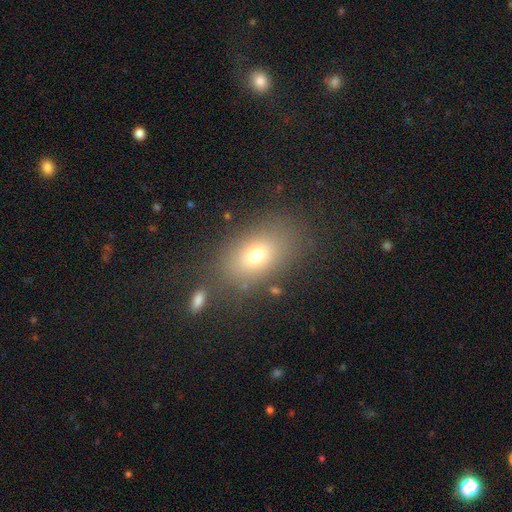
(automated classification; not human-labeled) Smooth or featured: smooth — 71% (featured or disk — 15%)
How rounded: in between — 80% (round — 18%)
Merging: none — 78% (minor disturbance — 11%)